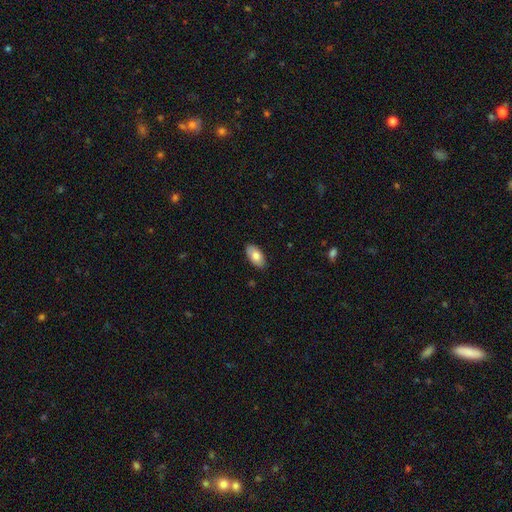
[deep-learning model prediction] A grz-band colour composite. It shows a smooth galaxy with no disk features (76%) that is in between round and cigar-shaped (94%). Merging: none (87%).